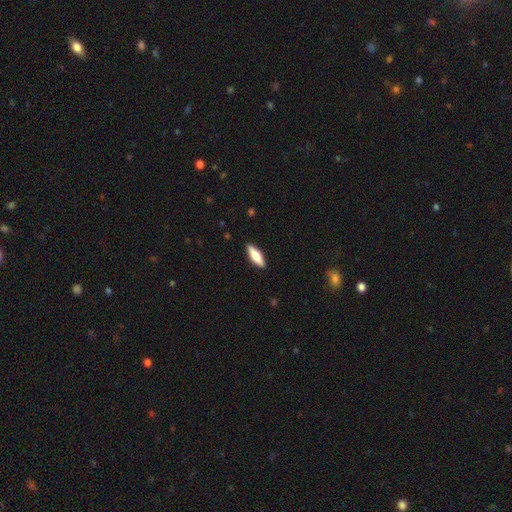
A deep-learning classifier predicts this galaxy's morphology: smooth 71%, featured or disk 23%, star or artifact 5%. Down the decision tree: how rounded — cigar-shaped (50%); merging — none (89%).